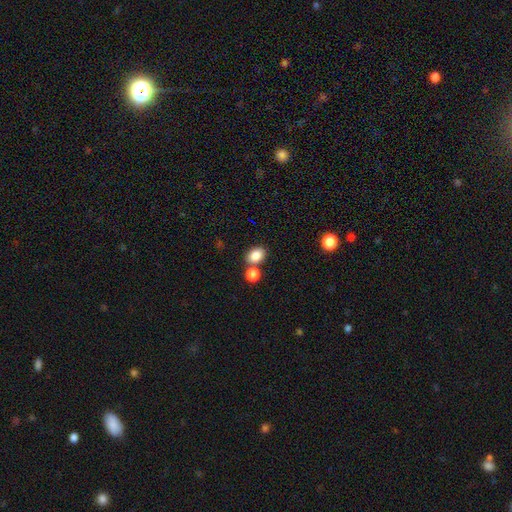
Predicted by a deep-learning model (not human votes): smooth 85%, star or artifact 9%, featured or disk 6%. Down the decision tree: how rounded — in between (67%); merging — none (61%).